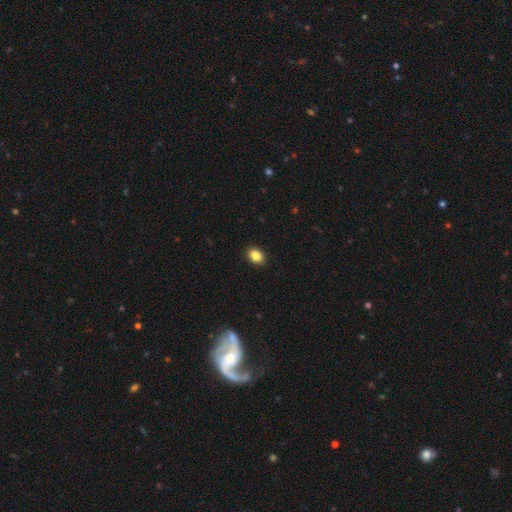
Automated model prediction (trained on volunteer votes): This is clearly a smooth galaxy (86%). How rounded: likely in between (75%). Merging: clearly none (90%).